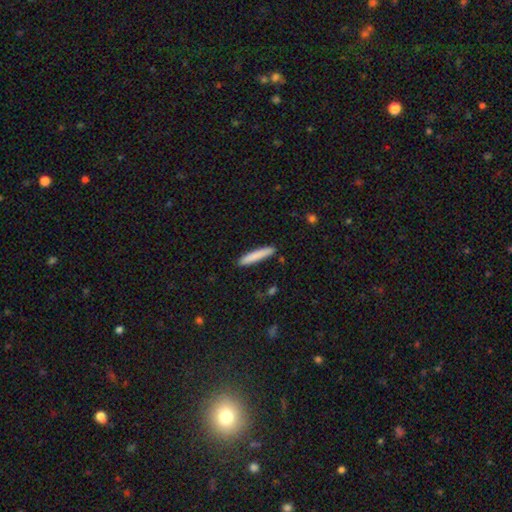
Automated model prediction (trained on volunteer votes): A smooth galaxy with no disk features (82%) that is cigar-shaped (93%). Merging: none (89%).